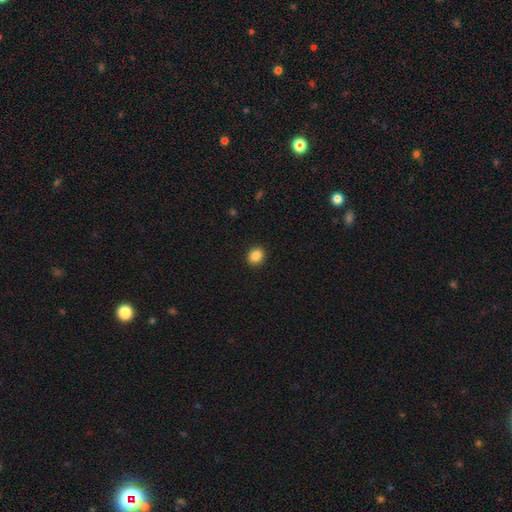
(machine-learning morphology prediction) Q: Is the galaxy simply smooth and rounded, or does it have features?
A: smooth — 86%.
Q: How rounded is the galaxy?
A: round — 72%.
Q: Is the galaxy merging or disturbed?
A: none — 92%.